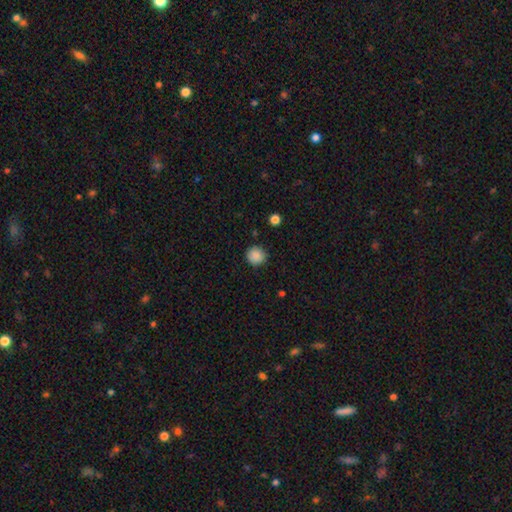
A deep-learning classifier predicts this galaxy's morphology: smooth 88%, star or artifact 10%, featured or disk 3%. Down the decision tree: how rounded — round (93%); merging — none (88%).